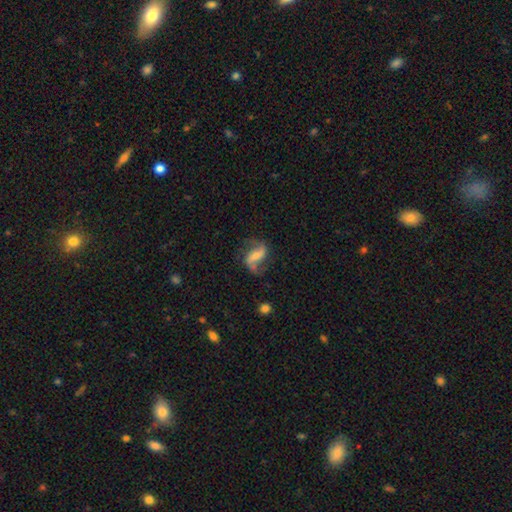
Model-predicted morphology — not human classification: A featured or disk galaxy (78%) with a strong bar (48%), 2 (89%) loose (65%) spiral arms (93%) and a small central bulge (46%). Merging: none (65%).